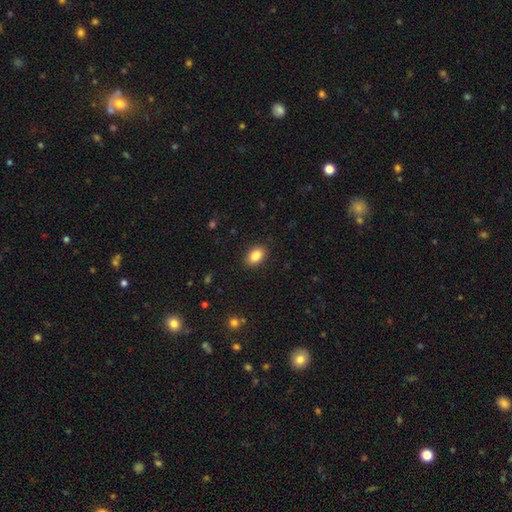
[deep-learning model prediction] Morphology: type=smooth (86%); roundness=in between (85%); merging=none (89%).